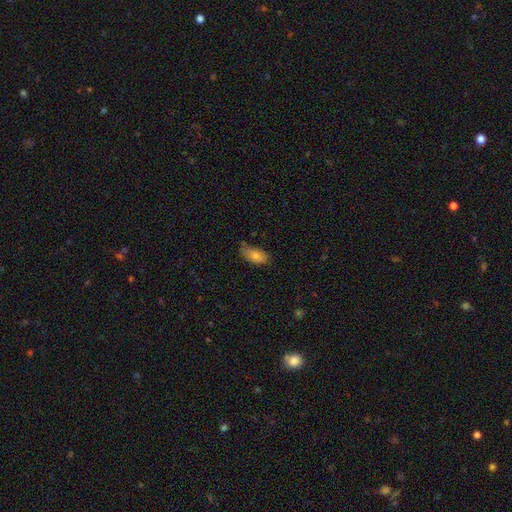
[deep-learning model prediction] smooth 75%, featured or disk 17%, star or artifact 8%. Down the decision tree: how rounded — in between (89%); merging — none (65%).